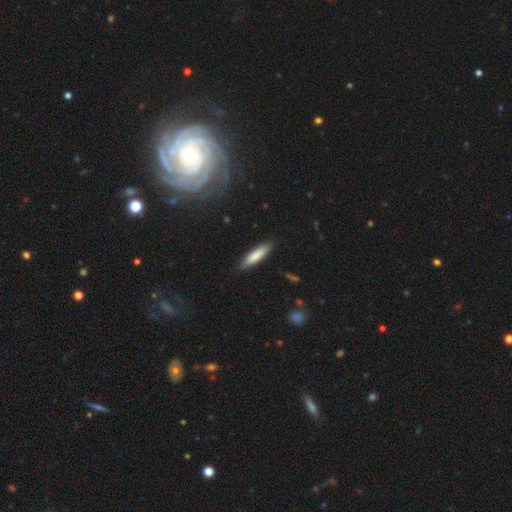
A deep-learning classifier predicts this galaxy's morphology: Q: Smooth or featured?
A: smooth (80%); runner-up: featured or disk (14%)
Q: How rounded?
A: cigar-shaped (75%); runner-up: in between (24%)
Q: Merging?
A: none (88%); runner-up: minor disturbance (9%)